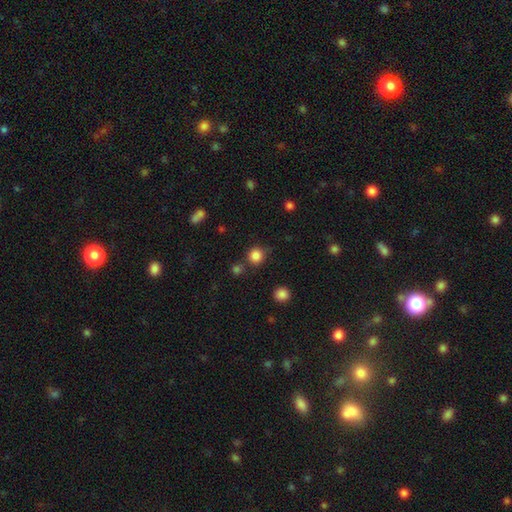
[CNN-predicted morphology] Smooth or featured? Predicted: smooth (p=0.84). How rounded? Predicted: round (p=0.92). Merging? Predicted: none (p=0.79).